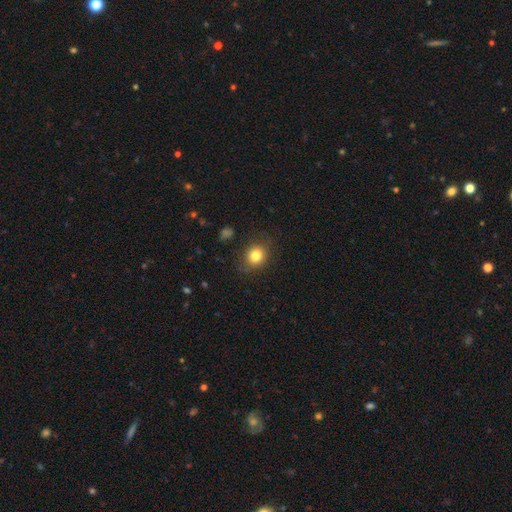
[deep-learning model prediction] Morphology: type=smooth (81%); roundness=round (65%); merging=none (81%).